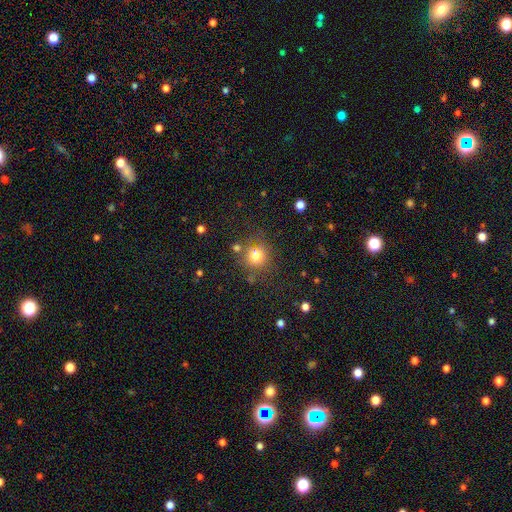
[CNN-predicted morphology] Overall: smooth (76%). How rounded: round (87%). Merging: none (74%).